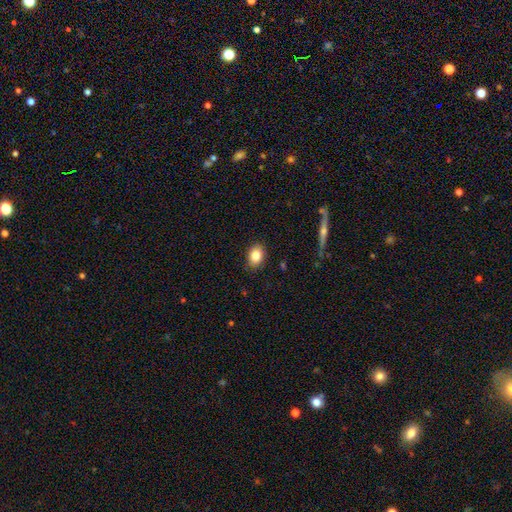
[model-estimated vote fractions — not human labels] smooth-or-featured: smooth: 83% | featured or disk: 8% | star or artifact: 8%
  how-rounded: in between: 71% | round: 28% | cigar-shaped: 1%
  merging: none: 87% | minor disturbance: 10% | major disturbance: 2% | merger: 1%